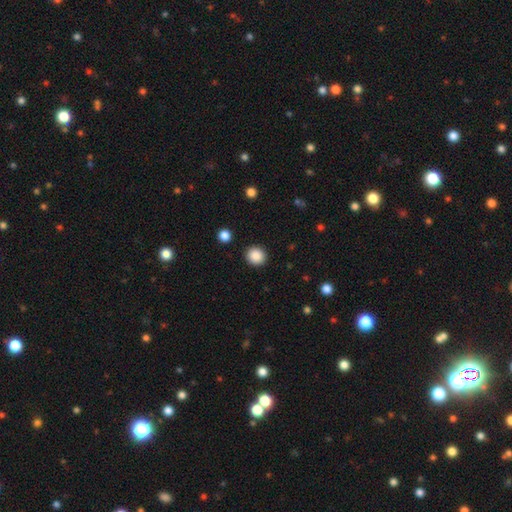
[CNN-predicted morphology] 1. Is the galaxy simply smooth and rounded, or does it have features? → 88% smooth, 9% star or artifact, 3% featured or disk.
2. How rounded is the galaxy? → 88% round, 11% in between, 1% cigar-shaped.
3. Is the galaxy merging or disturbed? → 91% none, 6% minor disturbance, 2% major disturbance, 1% merger.